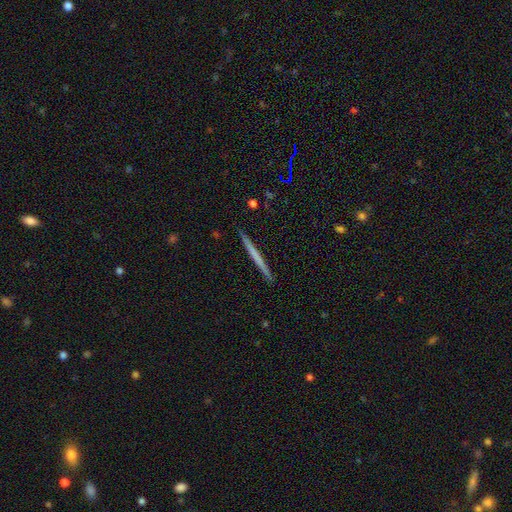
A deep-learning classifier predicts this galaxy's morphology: Smooth or featured: smooth — 48% (featured or disk — 46%)
Merging: none — 92% (minor disturbance — 5%)